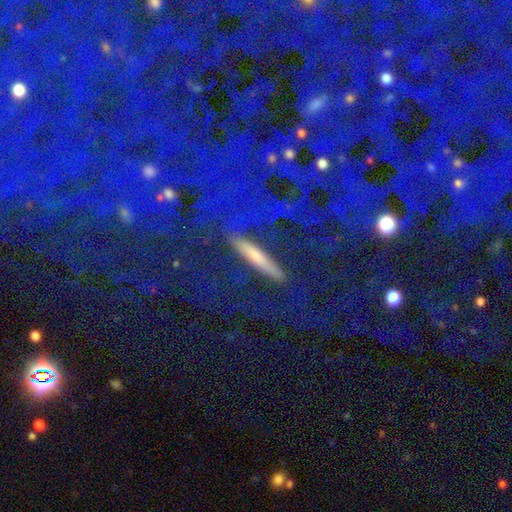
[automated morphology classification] This is marginally a featured or disk galaxy (39%). Merging: likely none (76%).